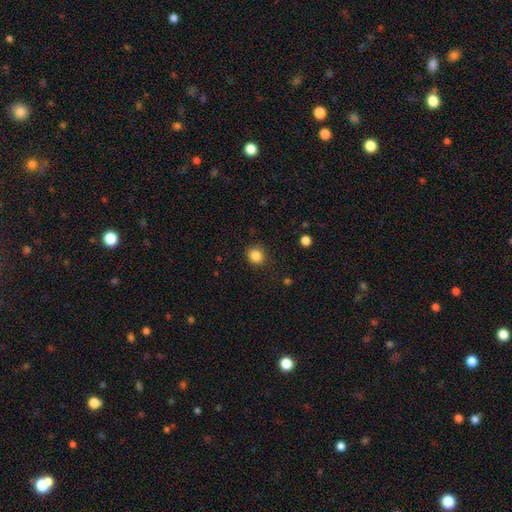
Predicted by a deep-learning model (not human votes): Smooth or featured? Predicted: smooth (p=0.85). How rounded? Predicted: round (p=0.78). Merging? Predicted: none (p=0.86).